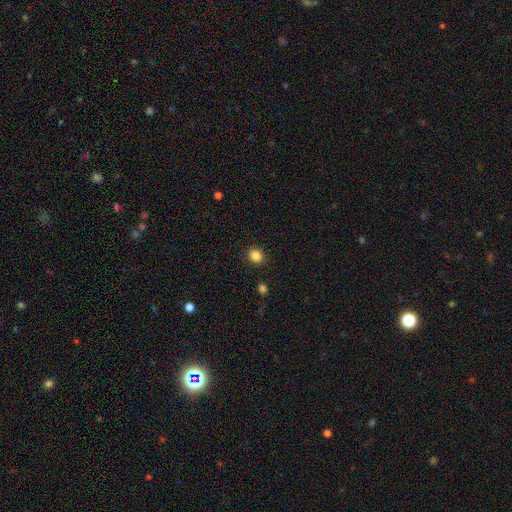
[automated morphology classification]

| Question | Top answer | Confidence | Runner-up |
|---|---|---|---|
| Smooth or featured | smooth | 84% | star or artifact (11%) |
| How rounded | round | 73% | in between (27%) |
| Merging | none | 90% | minor disturbance (7%) |